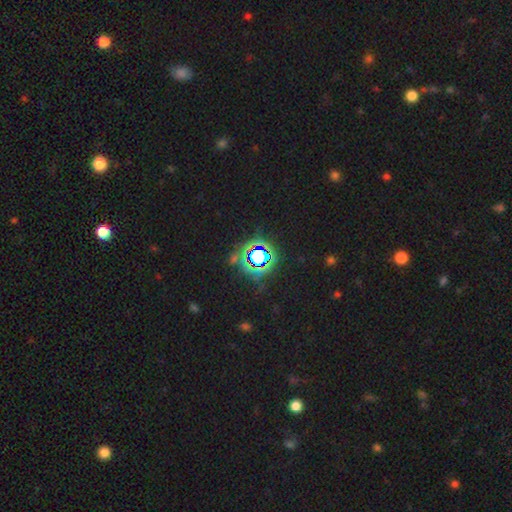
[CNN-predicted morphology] Smooth or featured?
  - star or artifact: 80% *
  - smooth: 13%
  - featured or disk: 7%